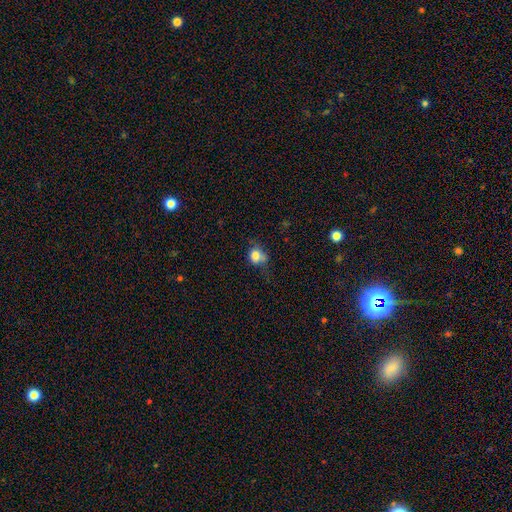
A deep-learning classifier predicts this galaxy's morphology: Q: Smooth or featured?
A: smooth (79%); runner-up: star or artifact (11%)
Q: How rounded?
A: round (63%); runner-up: in between (36%)
Q: Merging?
A: none (45%); runner-up: minor disturbance (33%)